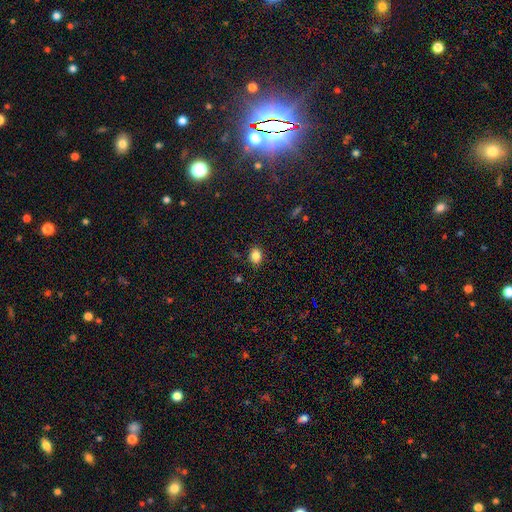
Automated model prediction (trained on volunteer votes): The model was most divided on "how rounded": in between: 65%, round: 34%, cigar-shaped: 1%. More confident: merging — none (86%); smooth or featured — smooth (85%).